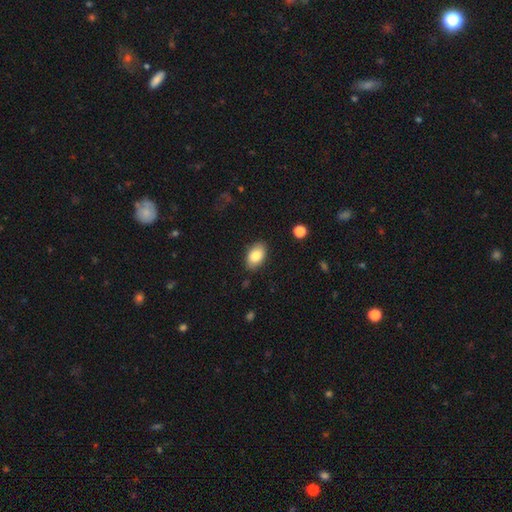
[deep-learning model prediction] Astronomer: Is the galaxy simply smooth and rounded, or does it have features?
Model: smooth — 84%.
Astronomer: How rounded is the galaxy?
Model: in between — 91%.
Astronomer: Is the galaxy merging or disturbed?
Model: none — 86%.